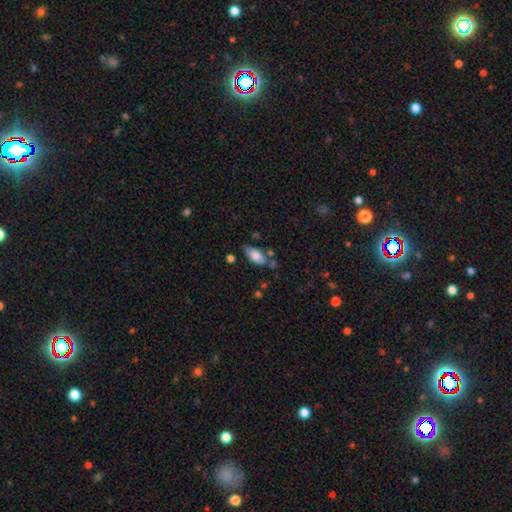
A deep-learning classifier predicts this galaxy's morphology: This is likely a smooth galaxy (76%). How rounded: clearly in between (90%). Merging: likely none (63%).